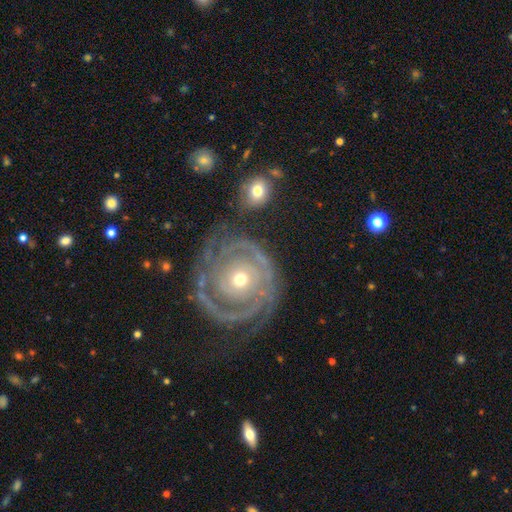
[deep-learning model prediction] featured or disk 89%, smooth 6%, star or artifact 5%. Down the decision tree: edge-on disk — no (97%); bar — no (82%); spiral arms — yes (95%); spiral arm count — 2 (36%); spiral winding — tight (81%); bulge size — small (50%); merging — none (70%).